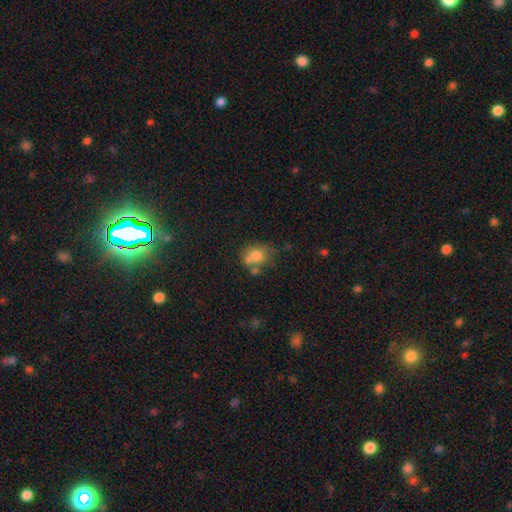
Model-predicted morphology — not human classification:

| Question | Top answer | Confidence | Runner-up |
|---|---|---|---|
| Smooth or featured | smooth | 68% | featured or disk (20%) |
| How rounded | in between | 52% | round (46%) |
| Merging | none | 40% | merger (29%) |